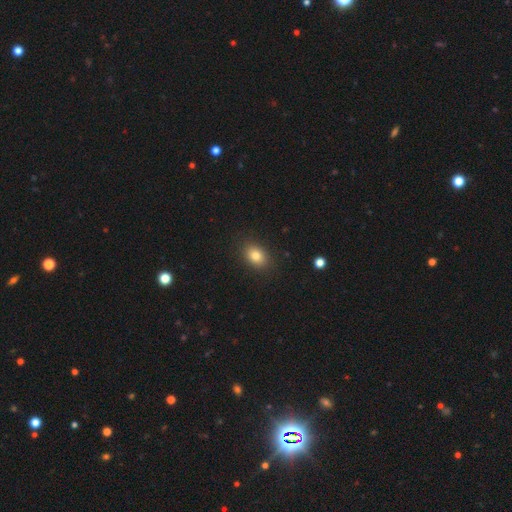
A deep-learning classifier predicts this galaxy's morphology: Smooth or featured?
  - smooth: 81% *
  - star or artifact: 10%
  - featured or disk: 8%
How rounded?
  - in between: 71% *
  - round: 28%
  - cigar-shaped: 1%
Merging?
  - none: 88% *
  - minor disturbance: 9%
  - major disturbance: 3%
  - merger: 1%